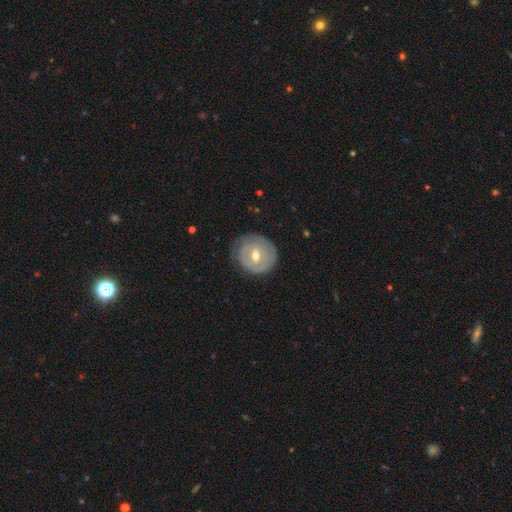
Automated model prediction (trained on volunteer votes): Smooth or featured?
  - featured or disk: 63% *
  - smooth: 31%
  - star or artifact: 6%
Edge-on disk?
  - no: 96% *
  - yes: 4%
Bar?
  - weak: 45% *
  - no: 41%
  - strong: 14%
Spiral arms?
  - yes: 56% *
  - no: 44%
Bulge size?
  - moderate: 69% *
  - small: 26%
  - large: 3%
  - none: 1%
  - dominant: 1%
Merging?
  - none: 73% *
  - minor disturbance: 20%
  - major disturbance: 6%
  - merger: 1%